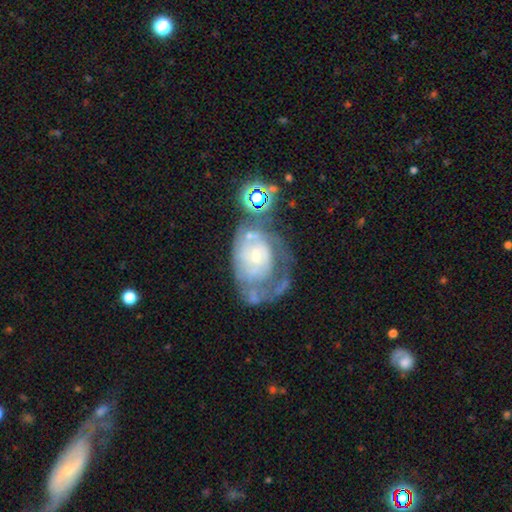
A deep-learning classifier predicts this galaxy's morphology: This is likely a featured or disk galaxy (72%). It is clearly not viewed edge-on (97%). Bar: likely no (77%). Spiral arm pattern: likely yes (68%). Central bulge: likely small (70%). Merging: marginally major disturbance (35%).